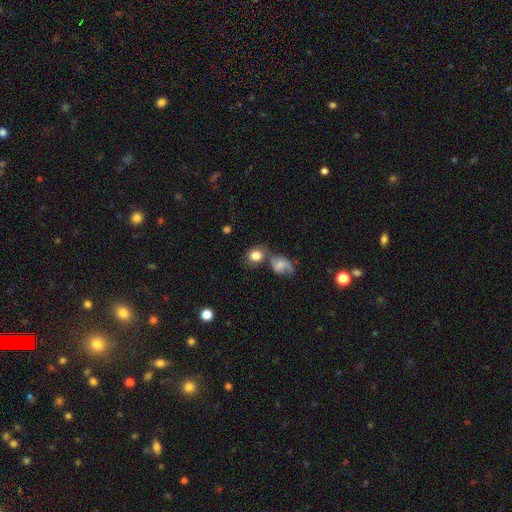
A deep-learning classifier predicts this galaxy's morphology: Overall: smooth (79%). How rounded: round (64%; in between 35%). Merging: none (51%; merger 29%).